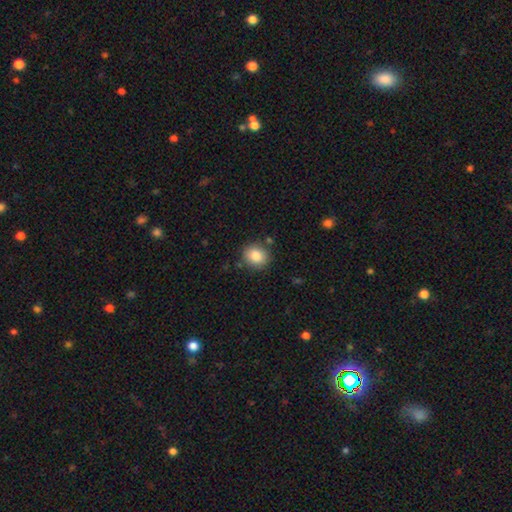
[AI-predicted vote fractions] smooth_or_featured: smooth (p=0.85) [alt: star or artifact p=0.09]
how_rounded: round (p=0.78) [alt: in between p=0.21]
merging: none (p=0.84) [alt: minor disturbance p=0.10]